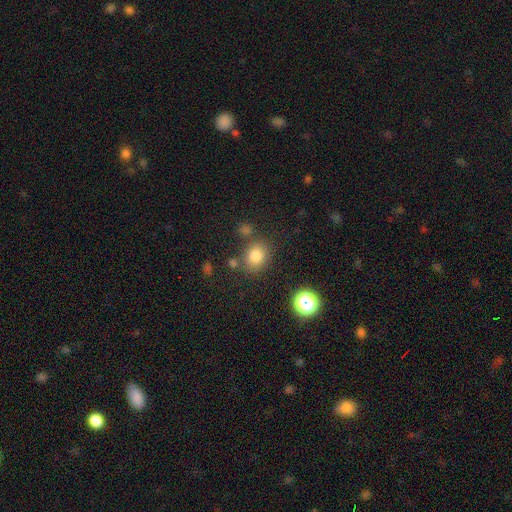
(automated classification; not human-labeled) Smooth or featured? Predicted: smooth (p=0.80). How rounded? Predicted: round (p=0.63). Merging? Predicted: none (p=0.74).